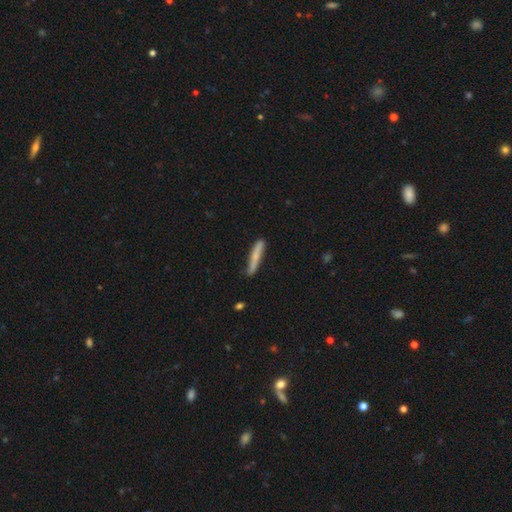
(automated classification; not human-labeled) Overall: smooth (63%; featured or disk 31%). How rounded: cigar-shaped (94%). Merging: none (75%).